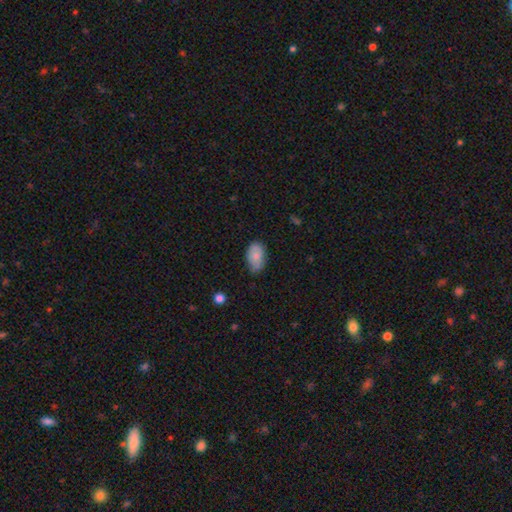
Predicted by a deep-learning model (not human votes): Q: Smooth or featured?
A: smooth (79%); runner-up: featured or disk (14%)
Q: How rounded?
A: in between (92%); runner-up: round (6%)
Q: Merging?
A: none (67%); runner-up: minor disturbance (27%)